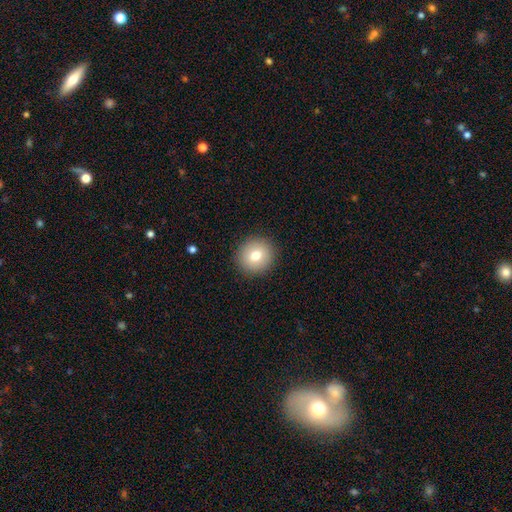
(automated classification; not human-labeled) smooth-or-featured: smooth: 76% | featured or disk: 14% | star or artifact: 10%
  how-rounded: round: 90% | in between: 9% | cigar-shaped: 1%
  merging: none: 91% | minor disturbance: 6% | major disturbance: 2% | merger: 1%